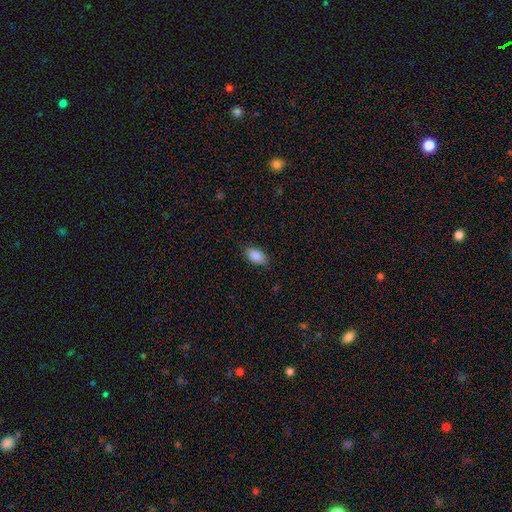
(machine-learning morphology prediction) smooth-or-featured: smooth: 88% | star or artifact: 7% | featured or disk: 5%
  how-rounded: in between: 94% | round: 4% | cigar-shaped: 2%
  merging: none: 87% | minor disturbance: 9% | major disturbance: 2% | merger: 1%